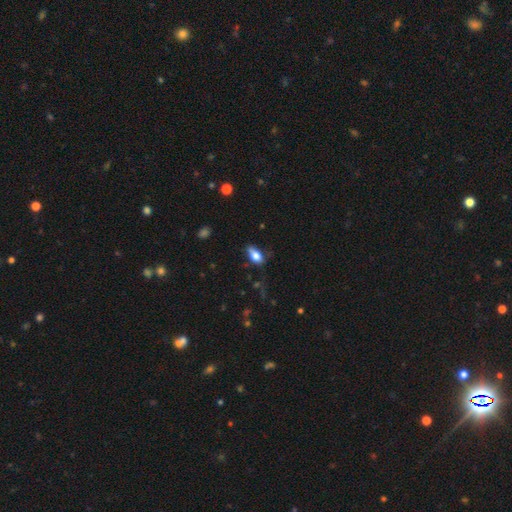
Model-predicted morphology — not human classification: Smooth or featured? Predicted: smooth (p=0.77). How rounded? Predicted: in between (p=0.88). Merging? Predicted: none (p=0.55).